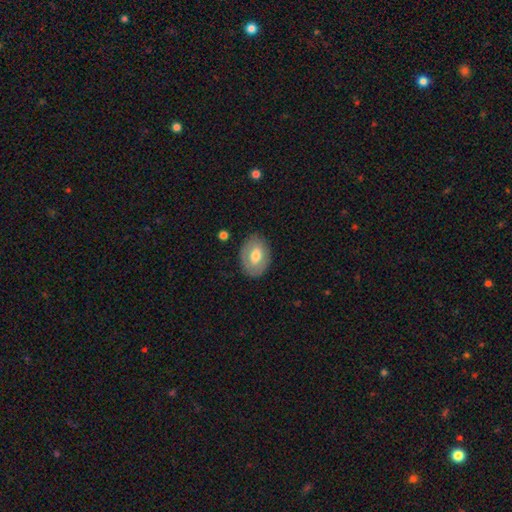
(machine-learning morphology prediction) A smooth galaxy with no disk features (61%) that is in between round and cigar-shaped (78%). Merging: none (81%).